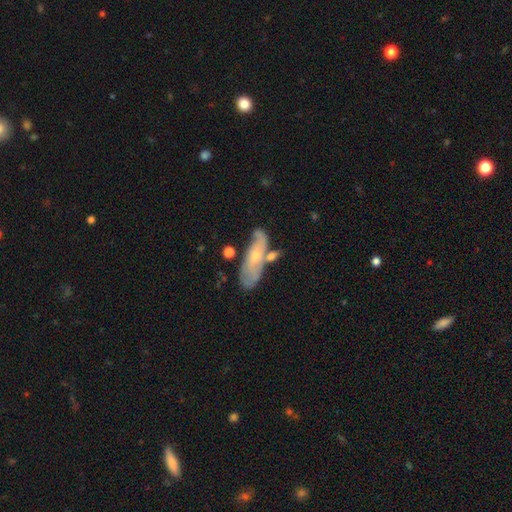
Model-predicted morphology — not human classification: smooth_or_featured: featured or disk (p=0.57) [alt: smooth p=0.37]
disk_edge_on: no (p=0.77) [alt: yes p=0.23]
merging: none (p=0.47) [alt: minor disturbance p=0.22]